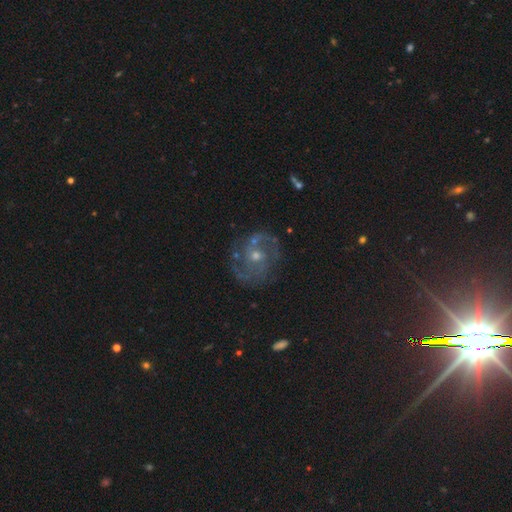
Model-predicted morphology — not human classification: Smooth or featured: featured or disk — 82% (star or artifact — 10%)
Edge-on disk: no — 98% (yes — 2%)
Bar: no — 61% (weak — 32%)
Spiral arms: yes — 93% (no — 7%)
Spiral winding: medium — 50% (tight — 36%)
Spiral arm count: 2 — 64% (can't tell — 15%)
Bulge size: moderate — 50% (small — 45%)
Merging: none — 76% (minor disturbance — 14%)